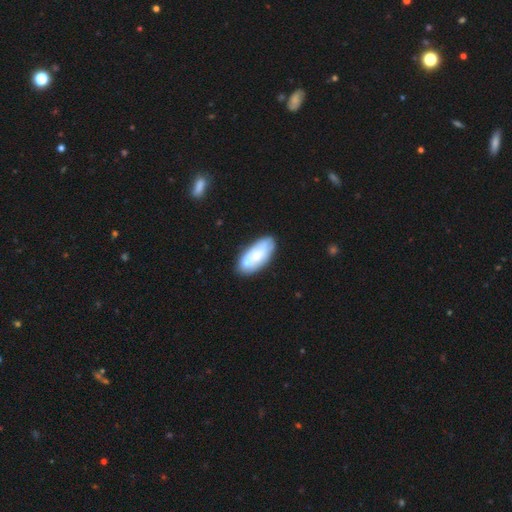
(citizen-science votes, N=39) This appears to be a smooth galaxy with no disk features (59%) that is in between round and cigar-shaped (87%). Merging: none (62%).